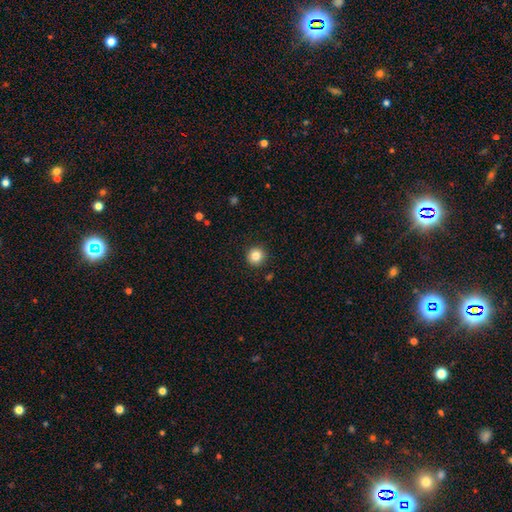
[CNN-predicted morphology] smooth-or-featured: smooth: 85% | star or artifact: 11% | featured or disk: 5%
  how-rounded: round: 95% | in between: 4% | cigar-shaped: 1%
  merging: none: 92% | minor disturbance: 5% | major disturbance: 2% | merger: 1%